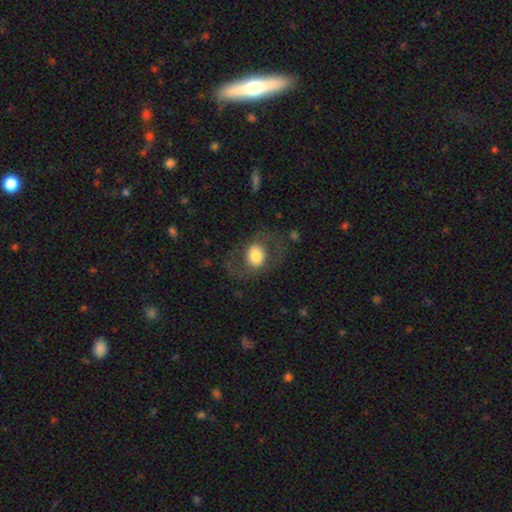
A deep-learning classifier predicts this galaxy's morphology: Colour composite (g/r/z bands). It shows a smooth galaxy with no disk features (55%) that is in between round and cigar-shaped (51%). Merging: none (69%).